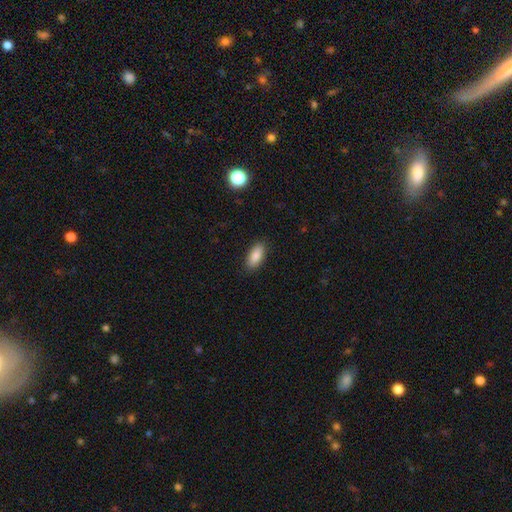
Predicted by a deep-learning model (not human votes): Morphology: type=smooth (88%); roundness=in between (87%); merging=none (88%).